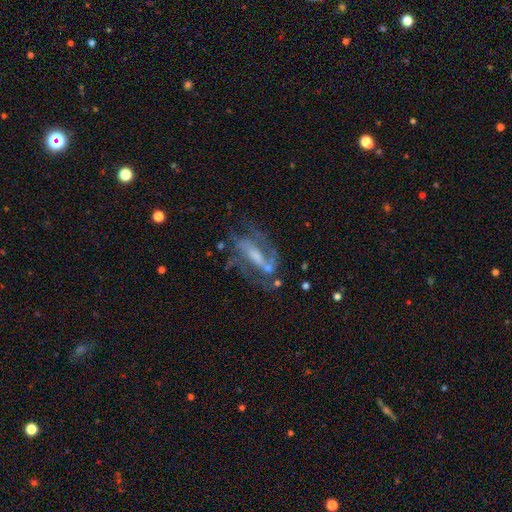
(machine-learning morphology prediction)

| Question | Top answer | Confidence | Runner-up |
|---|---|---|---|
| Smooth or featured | featured or disk | 82% | smooth (10%) |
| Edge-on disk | no | 88% | yes (12%) |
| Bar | strong | 43% | weak (35%) |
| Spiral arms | yes | 88% | no (12%) |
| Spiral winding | medium | 48% | tight (27%) |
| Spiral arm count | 2 | 66% | can't tell (16%) |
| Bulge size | small | 40% | moderate (33%) |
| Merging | none | 58% | minor disturbance (18%) |